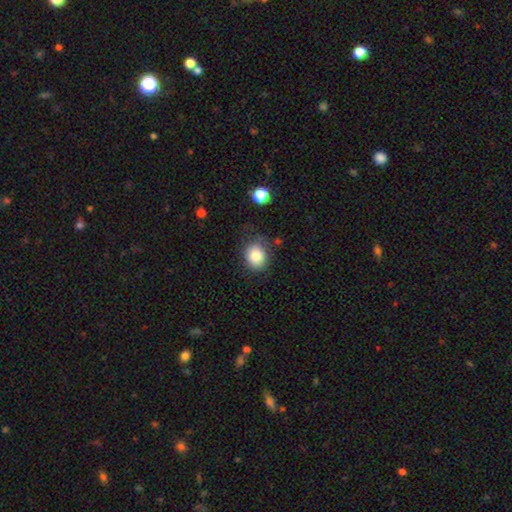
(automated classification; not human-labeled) smooth_or_featured: smooth (p=0.83) [alt: star or artifact p=0.09]
how_rounded: round (p=0.61) [alt: in between p=0.38]
merging: none (p=0.72) [alt: minor disturbance p=0.19]